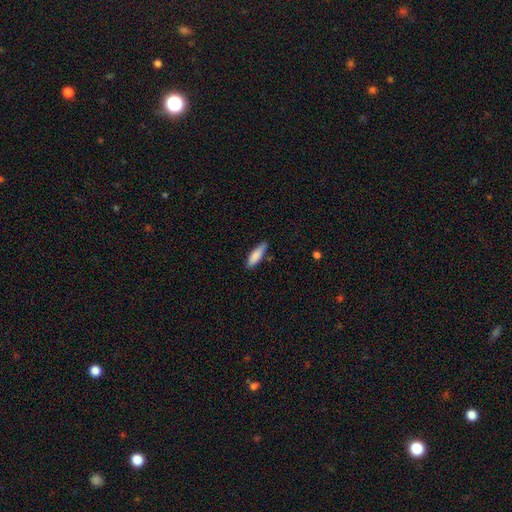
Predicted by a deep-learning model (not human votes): smooth-or-featured: smooth: 84% | featured or disk: 9% | star or artifact: 6%
  how-rounded: cigar-shaped: 51% | in between: 47% | round: 2%
  merging: none: 77% | minor disturbance: 18% | major disturbance: 3% | merger: 2%